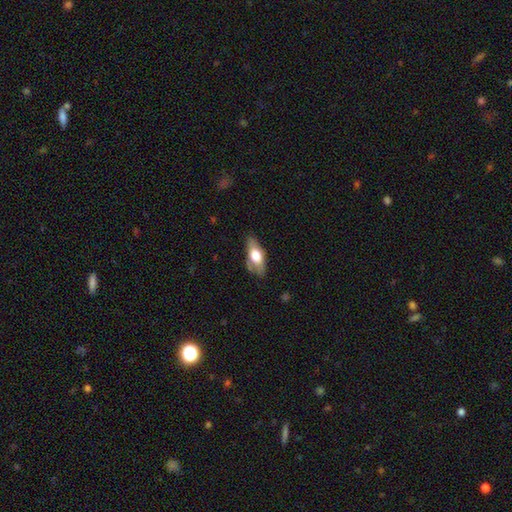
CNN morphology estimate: This appears to be a smooth galaxy with no disk features (59%) that is in between round and cigar-shaped (78%). Merging: none (71%).